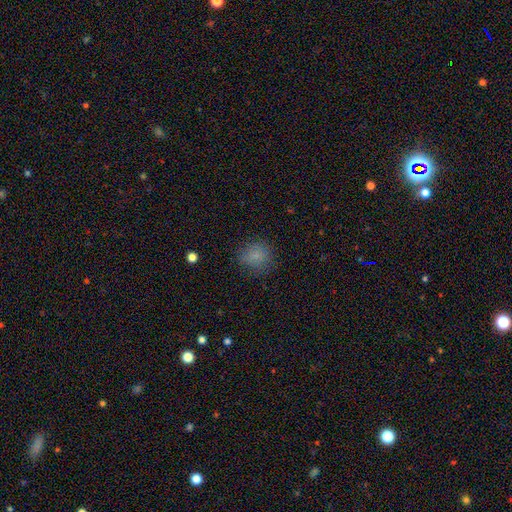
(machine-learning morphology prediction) type=smooth (80%); roundness=round (75%); merging=none (78%).